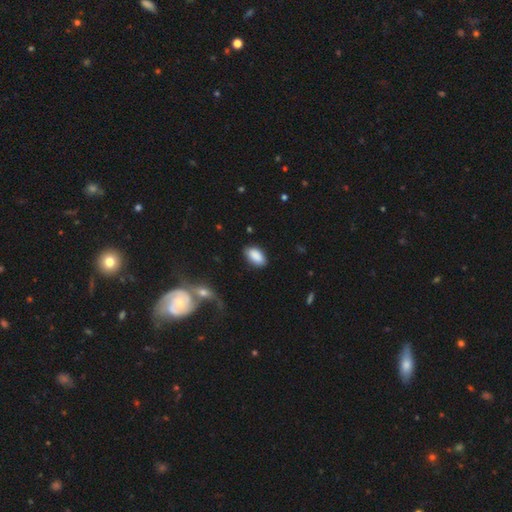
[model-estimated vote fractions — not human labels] smooth-or-featured: smooth: 88% | star or artifact: 7% | featured or disk: 5%
  how-rounded: in between: 94% | round: 3% | cigar-shaped: 2%
  merging: none: 83% | minor disturbance: 13% | major disturbance: 3% | merger: 2%